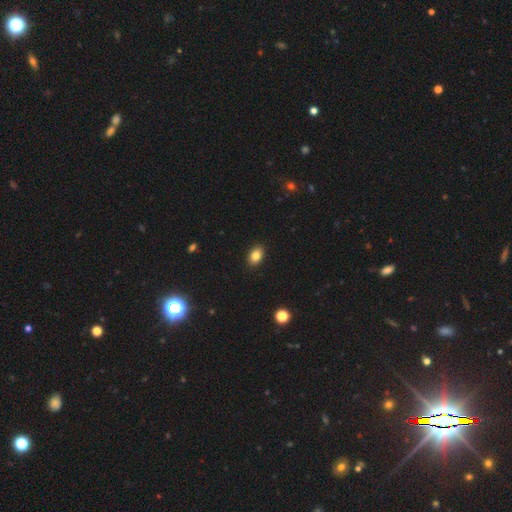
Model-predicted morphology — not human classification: A smooth galaxy with no disk features (83%) that is in between round and cigar-shaped (81%).

Vote fractions:
- Smooth or featured? smooth: 83% / star or artifact: 10% / featured or disk: 7%
- How rounded? in between: 81% / round: 18% / cigar-shaped: 1%
- Merging? none: 90% / minor disturbance: 7% / major disturbance: 2% / merger: 1%